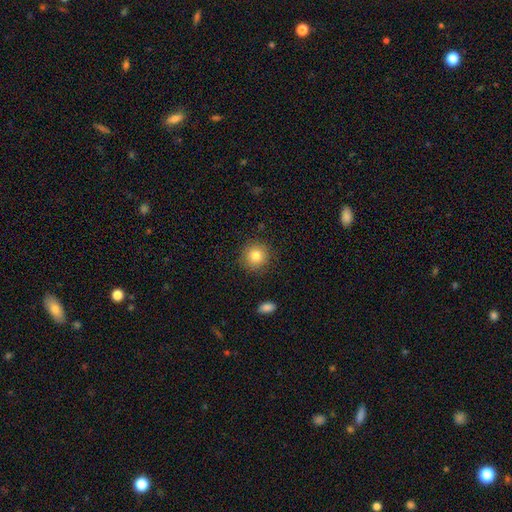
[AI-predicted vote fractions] Q: Smooth or featured?
A: smooth (81%); runner-up: star or artifact (10%)
Q: How rounded?
A: round (93%); runner-up: in between (6%)
Q: Merging?
A: none (88%); runner-up: minor disturbance (8%)